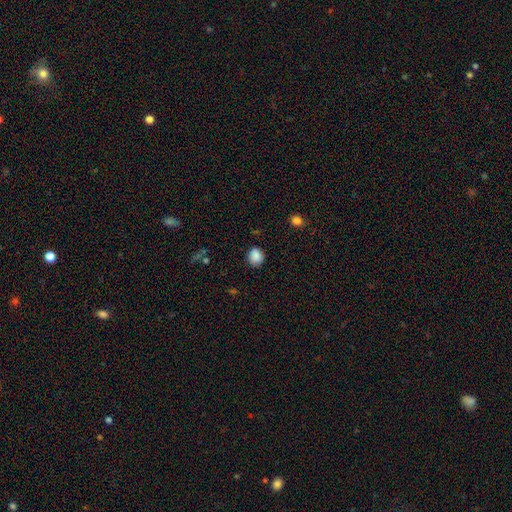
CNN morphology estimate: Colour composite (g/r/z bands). It shows a smooth galaxy with no disk features (87%) that is round (71%). Merging: none (83%).